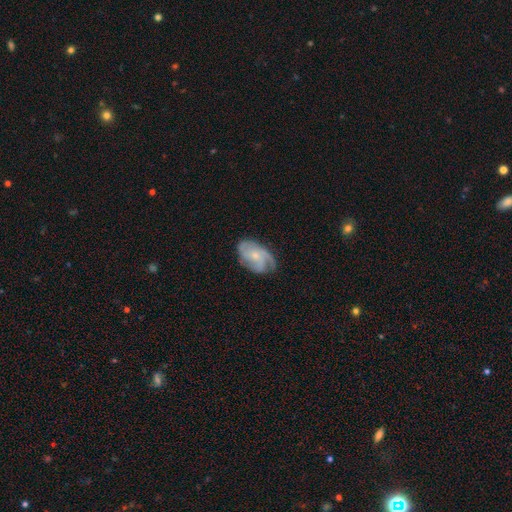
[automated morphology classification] Overall: featured or disk (73%). Edge-on disk: no (97%). Bar: no (72%). Spiral arms: yes (93%). Spiral arm count: 3 (41%; 2 20%). Spiral winding: medium (43%; tight 38%). Bulge size: small (64%; moderate 31%). Merging: none (65%).